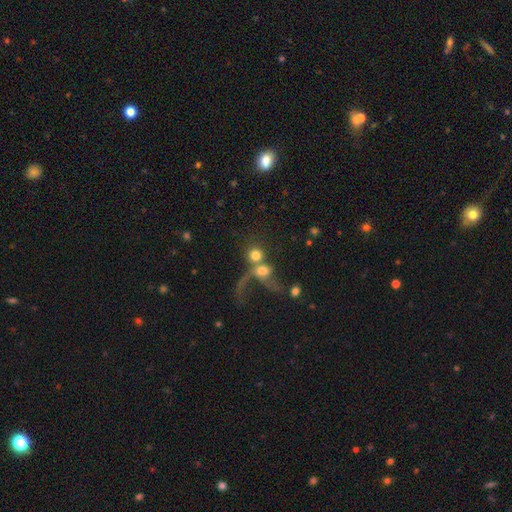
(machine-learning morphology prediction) smooth 66%, featured or disk 23%, star or artifact 12%. Down the decision tree: how rounded — round (79%); merging — merger (63%).